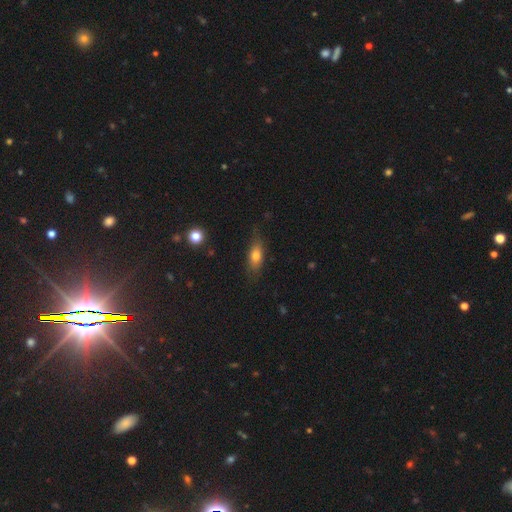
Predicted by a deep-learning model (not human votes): Smooth or featured? Predicted: smooth (p=0.72). How rounded? Predicted: in between (p=0.74). Merging? Predicted: none (p=0.74).